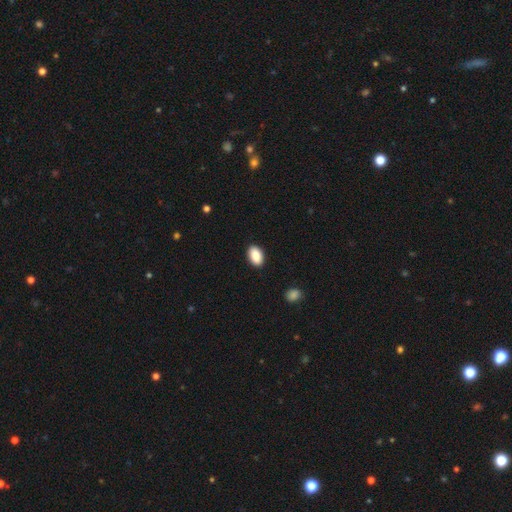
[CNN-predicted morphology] type=smooth (89%); roundness=in between (91%); merging=none (89%).